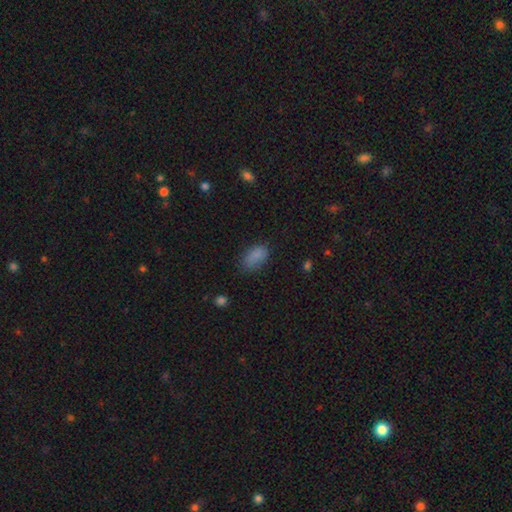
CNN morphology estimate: A smooth galaxy with no disk features (83%) that is in between round and cigar-shaped (91%). Merging: none (66%).